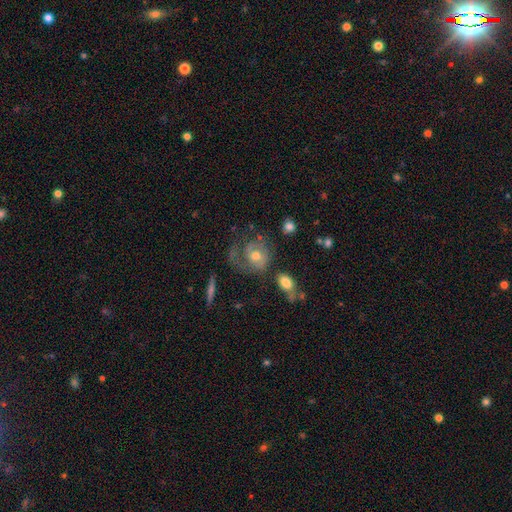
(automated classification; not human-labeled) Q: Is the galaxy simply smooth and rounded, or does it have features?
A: featured or disk — 62%.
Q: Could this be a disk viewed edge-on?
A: no — 96%.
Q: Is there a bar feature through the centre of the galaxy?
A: no — 69%.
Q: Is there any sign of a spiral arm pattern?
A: yes — 78%.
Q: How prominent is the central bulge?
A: moderate — 69%.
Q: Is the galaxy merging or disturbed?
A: none — 41%.